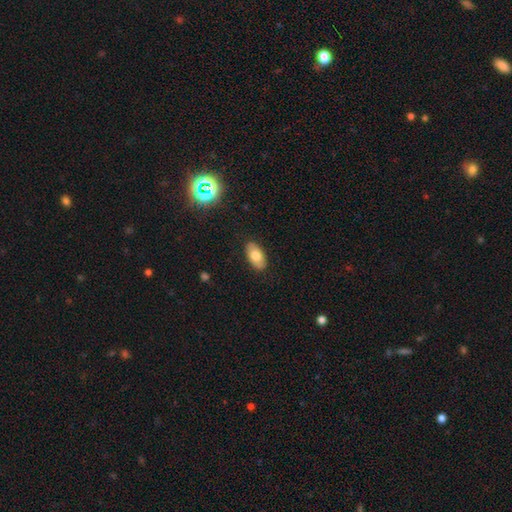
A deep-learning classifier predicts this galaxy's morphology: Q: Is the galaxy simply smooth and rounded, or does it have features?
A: smooth — 75%.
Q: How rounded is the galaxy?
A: in between — 93%.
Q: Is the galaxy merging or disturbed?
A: none — 87%.